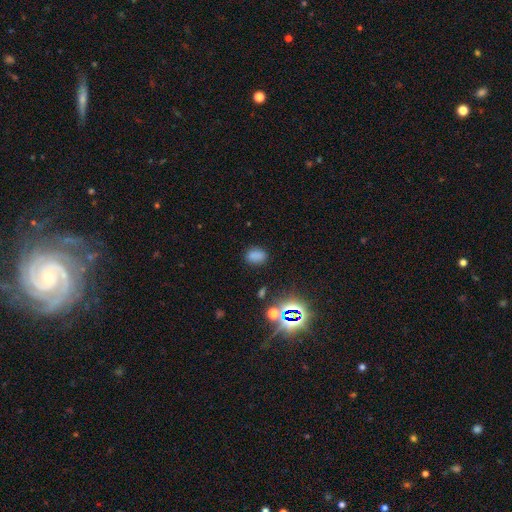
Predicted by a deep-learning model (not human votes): smooth-or-featured: smooth: 74% | star or artifact: 20% | featured or disk: 6%
  how-rounded: in between: 76% | round: 22% | cigar-shaped: 2%
  merging: none: 80% | minor disturbance: 13% | major disturbance: 4% | merger: 3%